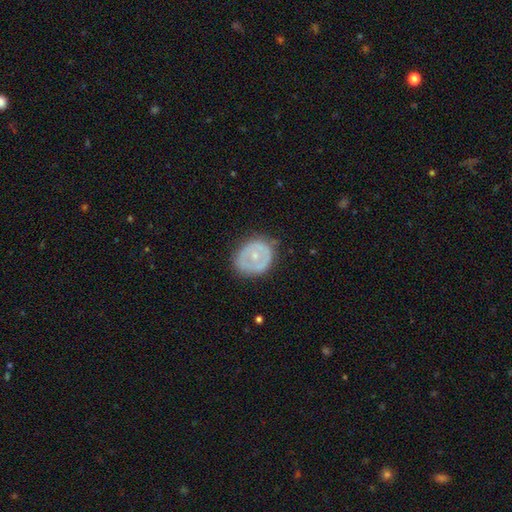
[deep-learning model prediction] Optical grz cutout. It shows a featured or disk galaxy (51%). Merging: none (76%).